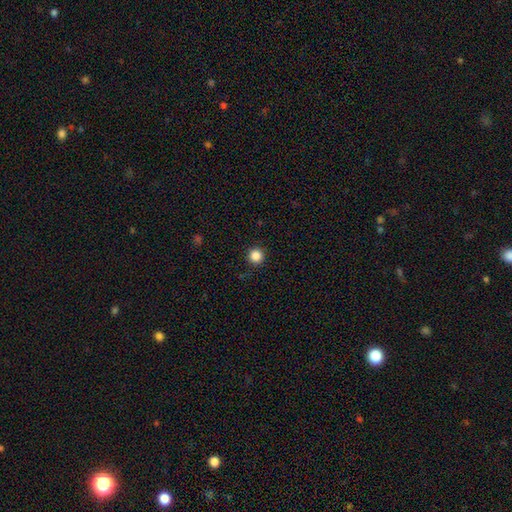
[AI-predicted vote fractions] This appears to be a smooth galaxy with no disk features (86%) that is round (96%). Merging: none (91%).